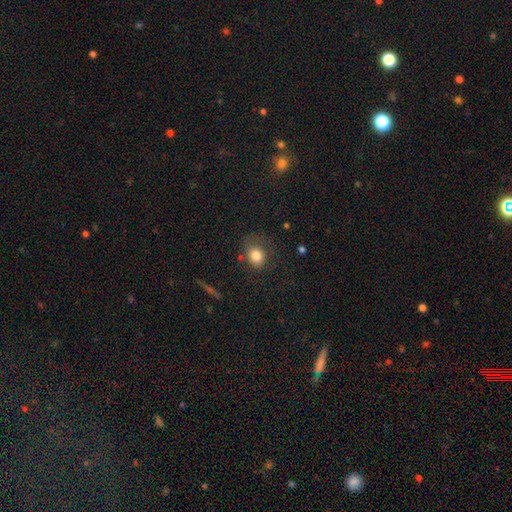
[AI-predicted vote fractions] Smooth or featured: smooth — 81% (featured or disk — 10%)
How rounded: round — 53% (in between — 46%)
Merging: none — 60% (minor disturbance — 23%)